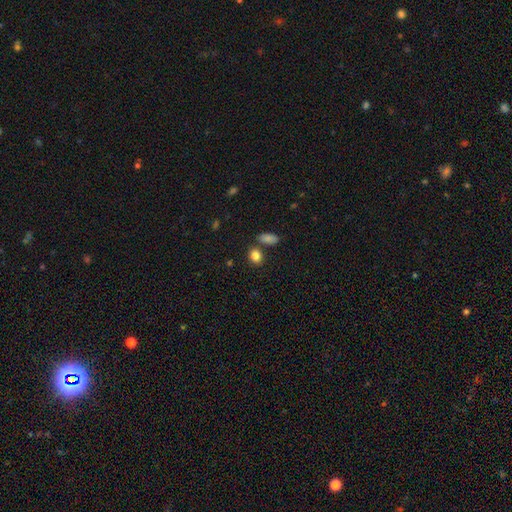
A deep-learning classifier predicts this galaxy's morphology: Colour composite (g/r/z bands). It shows a smooth galaxy with no disk features (85%) that is in between round and cigar-shaped (57%). Merging: none (71%).